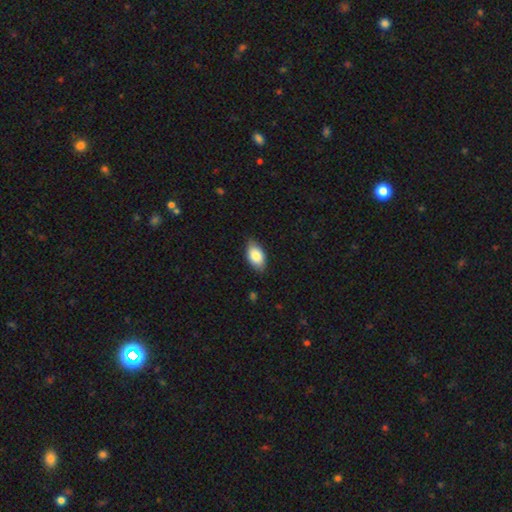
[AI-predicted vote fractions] Smooth or featured? Predicted: smooth (p=0.85). How rounded? Predicted: in between (p=0.93). Merging? Predicted: none (p=0.82).